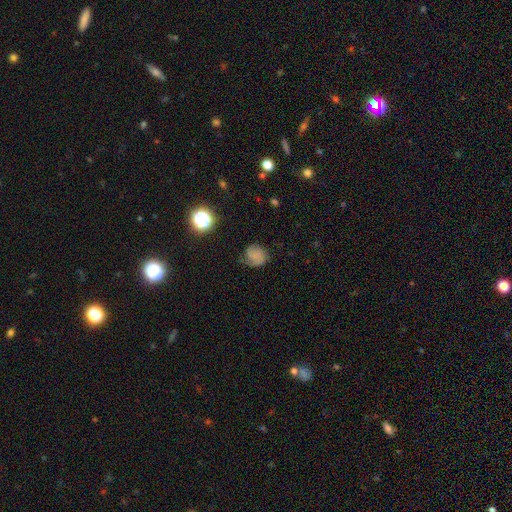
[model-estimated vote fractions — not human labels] Smooth or featured? smooth (55%)
How rounded? round (73%)
Merging? none (58%)